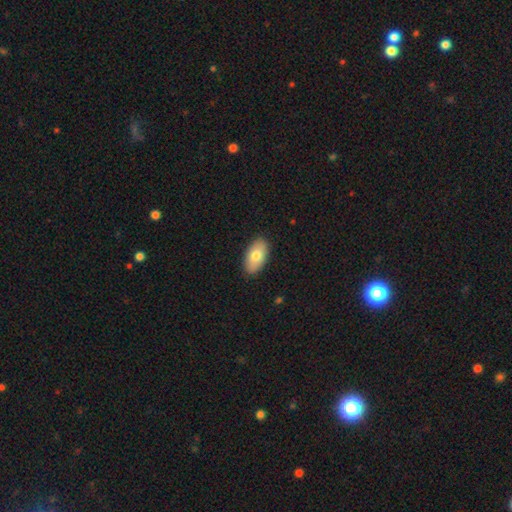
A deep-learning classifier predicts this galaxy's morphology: Smooth or featured: smooth — 77% (featured or disk — 17%)
How rounded: in between — 94% (round — 3%)
Merging: none — 88% (minor disturbance — 9%)